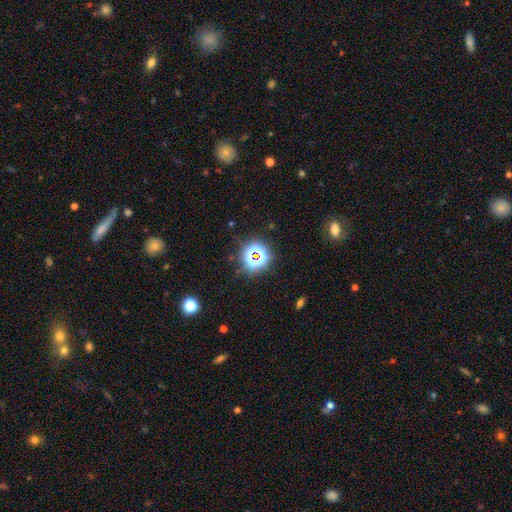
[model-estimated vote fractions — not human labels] Smooth or featured?
  - star or artifact: 69% *
  - smooth: 21%
  - featured or disk: 9%